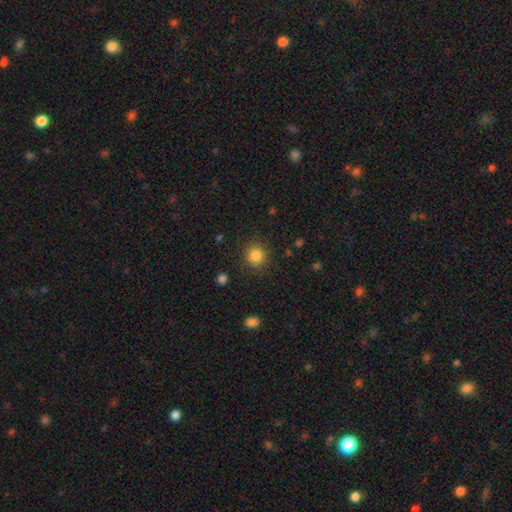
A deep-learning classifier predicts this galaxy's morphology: Smooth or featured?
  - smooth: 84% *
  - star or artifact: 11%
  - featured or disk: 5%
How rounded?
  - round: 89% *
  - in between: 10%
  - cigar-shaped: 1%
Merging?
  - none: 88% *
  - minor disturbance: 8%
  - major disturbance: 3%
  - merger: 1%